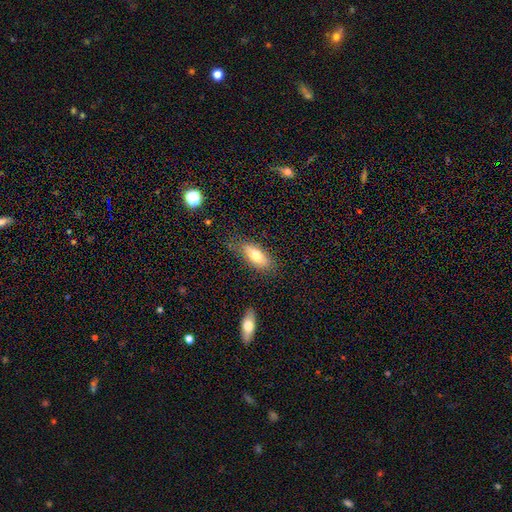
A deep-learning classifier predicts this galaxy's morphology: The model was most divided on "smooth or featured": smooth: 73%, featured or disk: 20%, star or artifact: 7%. More confident: how rounded — in between (80%); merging — none (73%).